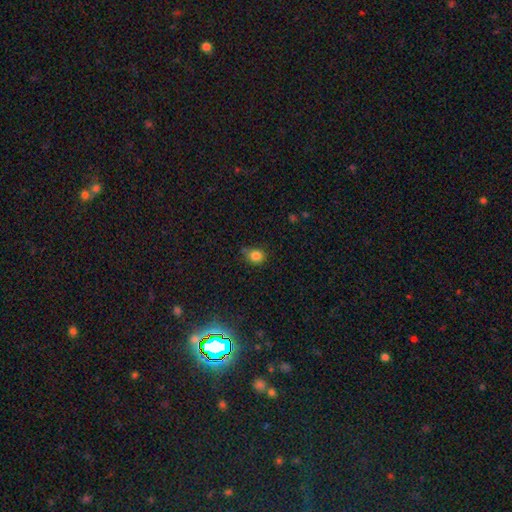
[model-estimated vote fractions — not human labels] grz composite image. It shows a smooth galaxy with no disk features (82%) that is round (76%). Merging: none (72%).